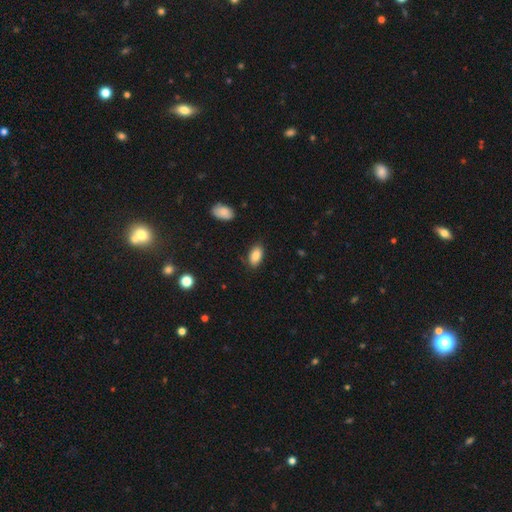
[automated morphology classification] Q: Smooth or featured?
A: smooth (87%); runner-up: star or artifact (7%)
Q: How rounded?
A: in between (93%); runner-up: round (4%)
Q: Merging?
A: none (83%); runner-up: minor disturbance (12%)